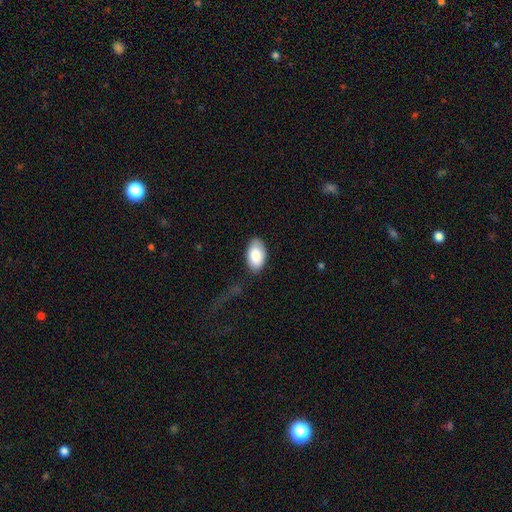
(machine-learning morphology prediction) This is clearly a smooth galaxy (85%). How rounded: clearly in between (95%). Merging: likely none (79%).